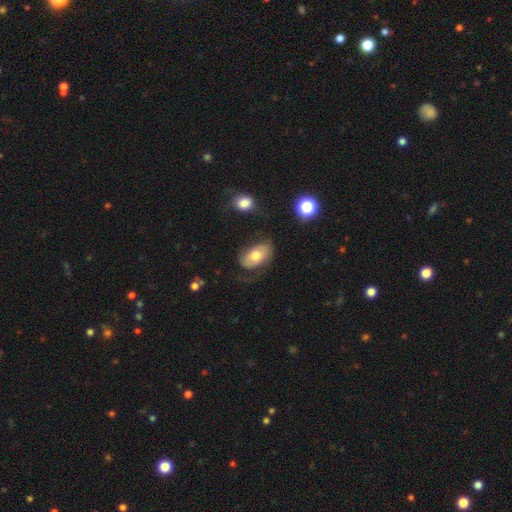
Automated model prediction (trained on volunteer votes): Smooth or featured? Predicted: smooth (p=0.55). How rounded? Predicted: in between (p=0.91). Merging? Predicted: none (p=0.55).